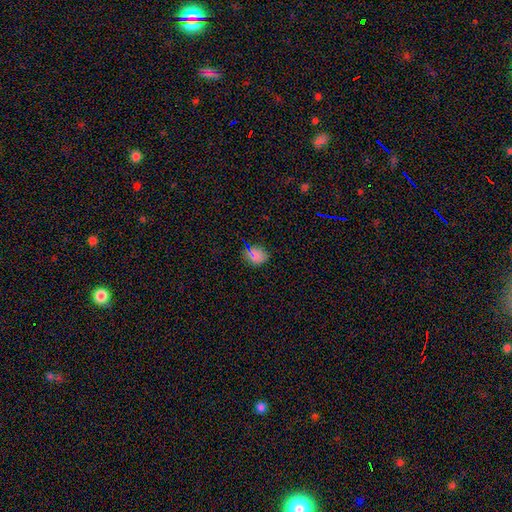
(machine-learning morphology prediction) Smooth or featured? Predicted: smooth (p=0.71). How rounded? Predicted: in between (p=0.53). Merging? Predicted: none (p=0.82).